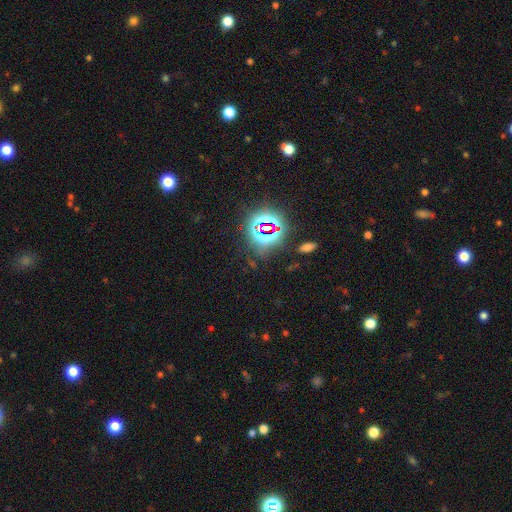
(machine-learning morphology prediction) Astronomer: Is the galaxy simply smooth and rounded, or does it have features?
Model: star or artifact — 79%.